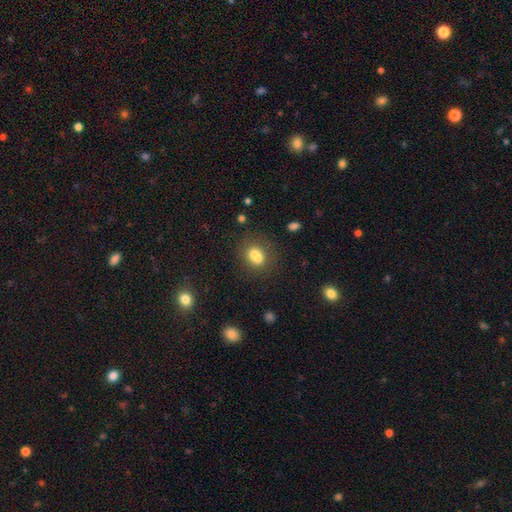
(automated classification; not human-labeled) Overall: smooth (74%). How rounded: in between (50%; round 49%). Merging: none (46%; merger 34%).